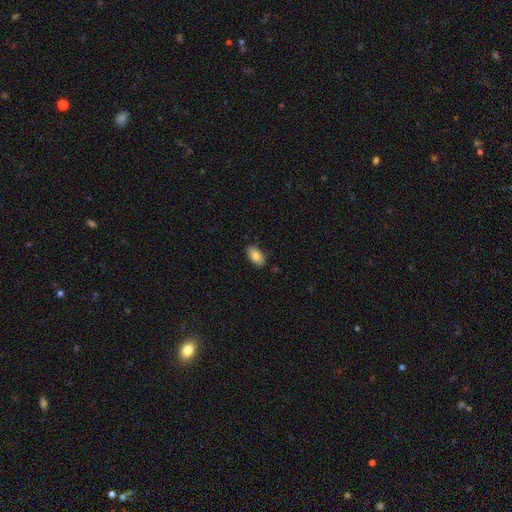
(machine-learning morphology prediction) A smooth galaxy with no disk features (80%) that is in between round and cigar-shaped (93%).

Vote fractions:
- Smooth or featured? smooth: 80% / featured or disk: 13% / star or artifact: 7%
- How rounded? in between: 93% / round: 4% / cigar-shaped: 2%
- Merging? none: 83% / minor disturbance: 13% / major disturbance: 2% / merger: 1%